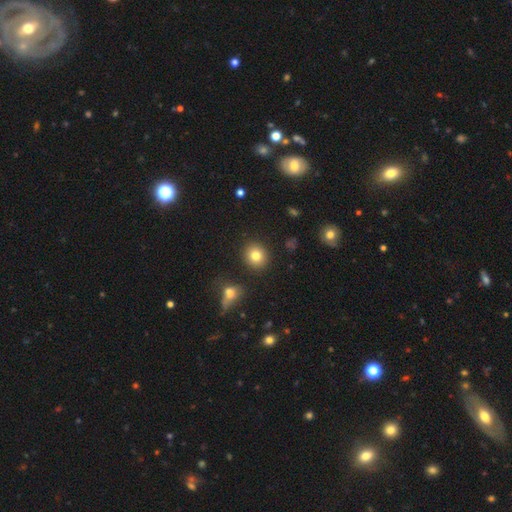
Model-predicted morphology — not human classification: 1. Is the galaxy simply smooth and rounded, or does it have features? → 81% smooth, 11% star or artifact, 8% featured or disk.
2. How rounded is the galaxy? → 83% round, 16% in between, 1% cigar-shaped.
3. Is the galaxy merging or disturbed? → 87% none, 7% minor disturbance, 3% merger, 3% major disturbance.